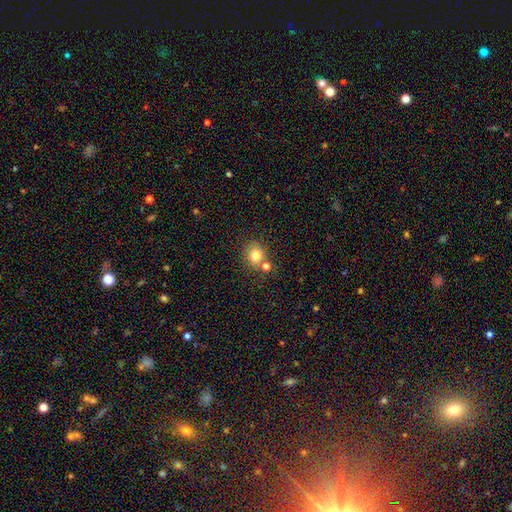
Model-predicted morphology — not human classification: smooth 79%, star or artifact 12%, featured or disk 9%. Down the decision tree: how rounded — round (77%); merging — none (66%).